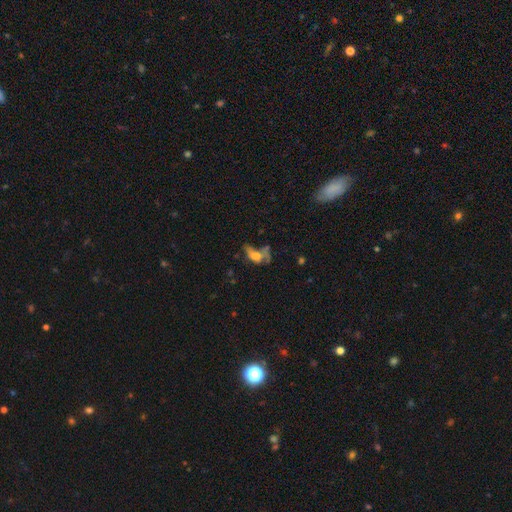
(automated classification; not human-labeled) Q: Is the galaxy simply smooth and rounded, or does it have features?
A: smooth — 43%.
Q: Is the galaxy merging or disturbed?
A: major disturbance — 39%.